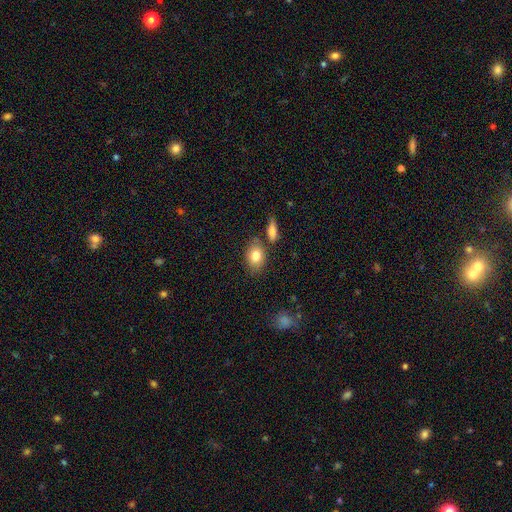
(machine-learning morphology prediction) type=smooth (81%); roundness=in between (75%); merging=none (72%).